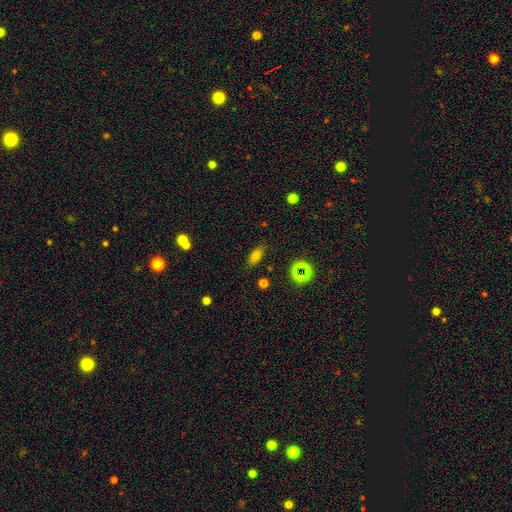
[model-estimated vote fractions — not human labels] A smooth galaxy with no disk features (74%) that is in between round and cigar-shaped (76%).

Vote fractions:
- Smooth or featured? smooth: 74% / star or artifact: 16% / featured or disk: 10%
- How rounded? in between: 76% / cigar-shaped: 16% / round: 8%
- Merging? none: 83% / minor disturbance: 11% / major disturbance: 3% / merger: 3%